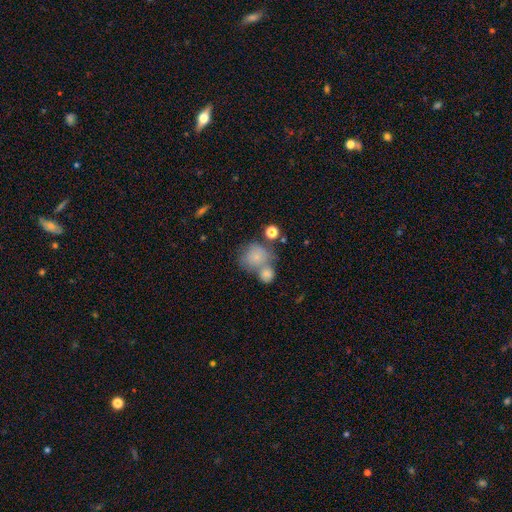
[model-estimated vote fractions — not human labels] A smooth galaxy with no disk features (76%) that is round (77%).

Vote fractions:
- Smooth or featured? smooth: 76% / featured or disk: 15% / star or artifact: 9%
- How rounded? round: 77% / in between: 22% / cigar-shaped: 1%
- Merging? merger: 45% / none: 37% / minor disturbance: 12% / major disturbance: 6%